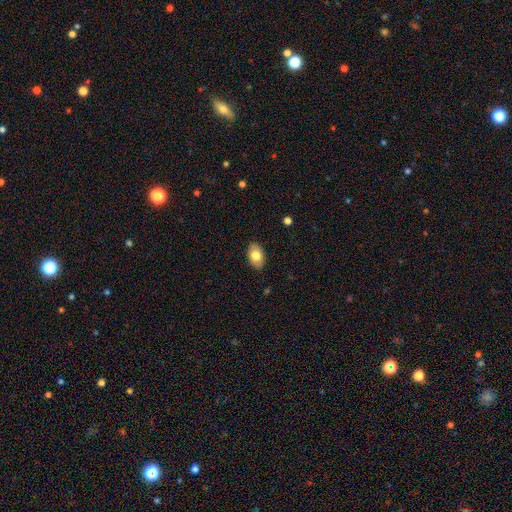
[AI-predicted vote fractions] Morphology: type=smooth (78%); roundness=in between (91%); merging=none (88%).